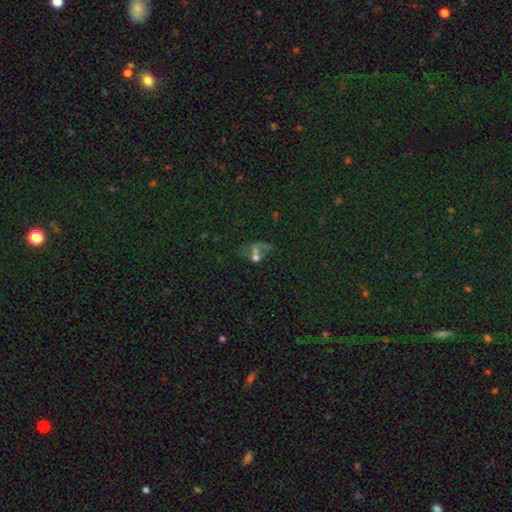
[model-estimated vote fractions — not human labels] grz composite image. It shows a smooth galaxy with no disk features (39%). Merging: merger (39%).